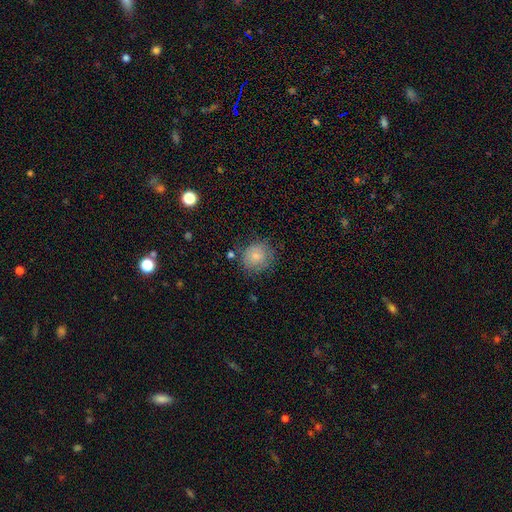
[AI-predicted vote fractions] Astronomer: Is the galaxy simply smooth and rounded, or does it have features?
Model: smooth — 78%.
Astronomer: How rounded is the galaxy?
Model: round — 81%.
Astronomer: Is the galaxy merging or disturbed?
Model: none — 70%.